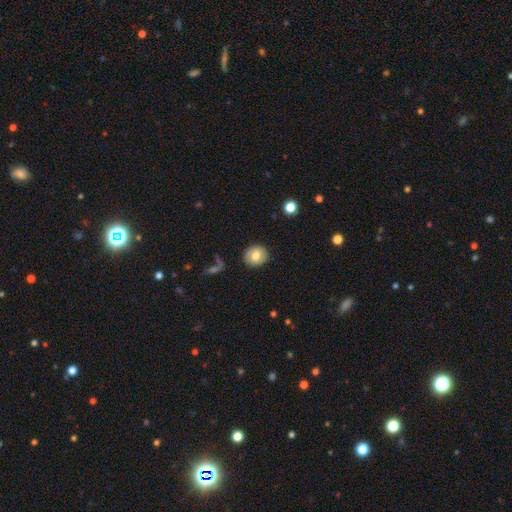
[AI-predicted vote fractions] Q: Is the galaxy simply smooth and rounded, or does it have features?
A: smooth — 75%.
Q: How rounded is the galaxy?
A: round — 77%.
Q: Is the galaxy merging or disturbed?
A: none — 88%.